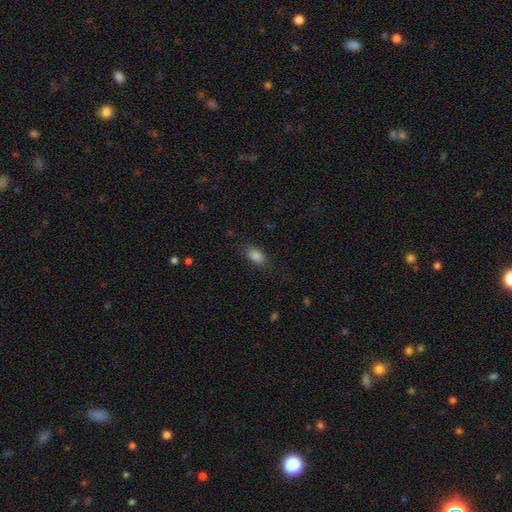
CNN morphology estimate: type=smooth (86%); roundness=in between (89%); merging=none (81%).